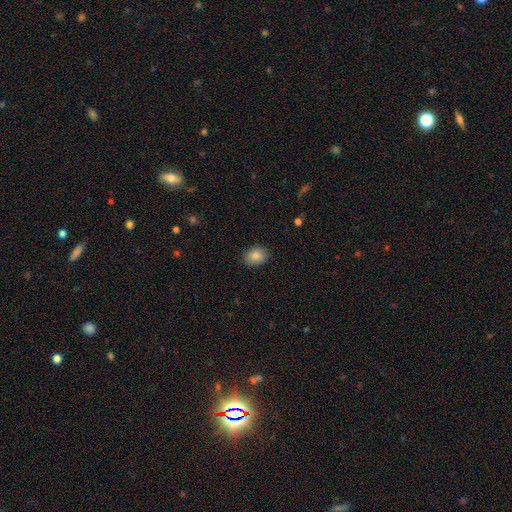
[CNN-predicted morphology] smooth_or_featured: smooth (p=0.85) [alt: star or artifact p=0.09]
how_rounded: in between (p=0.64) [alt: round p=0.35]
merging: none (p=0.87) [alt: minor disturbance p=0.10]